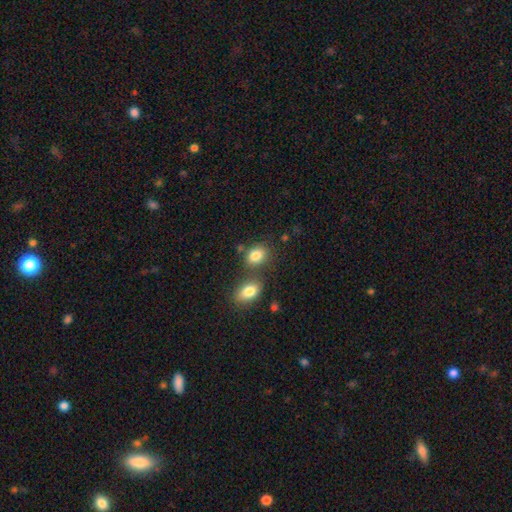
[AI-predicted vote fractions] smooth_or_featured: smooth (p=0.84) [alt: star or artifact p=0.09]
how_rounded: in between (p=0.75) [alt: round p=0.24]
merging: none (p=0.57) [alt: merger p=0.25]